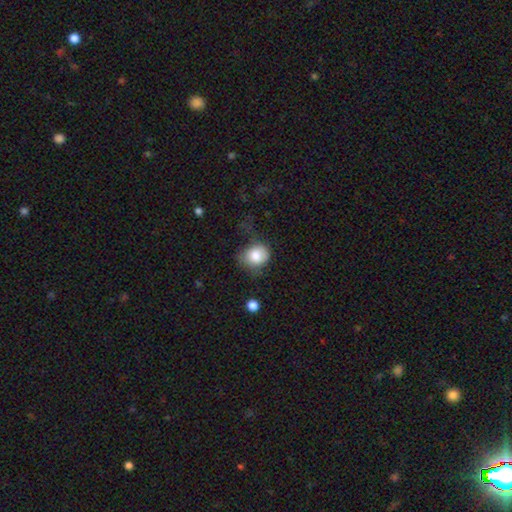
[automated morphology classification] This appears to be a smooth galaxy with no disk features (82%) that is round (69%). Merging: none (47%).